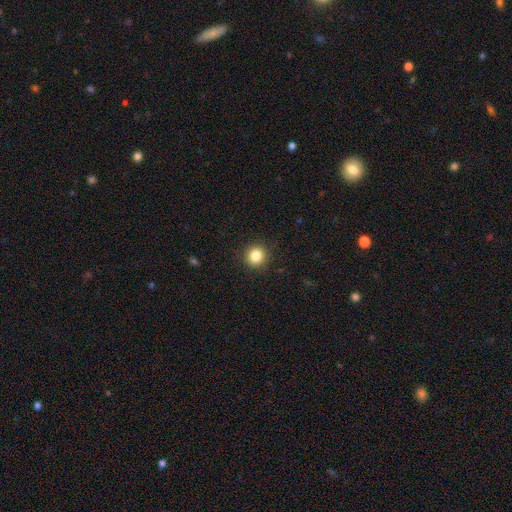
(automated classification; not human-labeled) Smooth or featured? smooth (84%)
How rounded? round (90%)
Merging? none (91%)